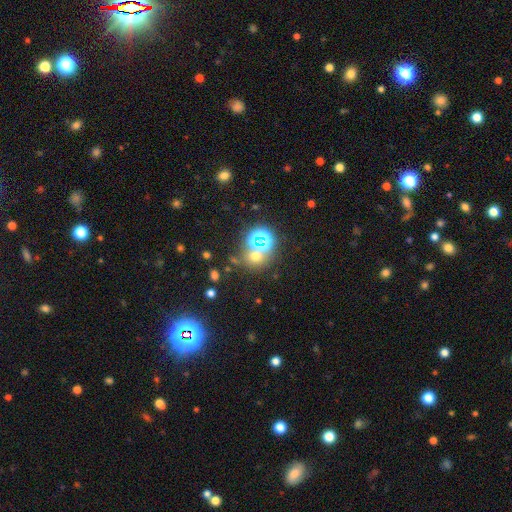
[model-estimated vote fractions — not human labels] A star or artifact, not a galaxy (48%).